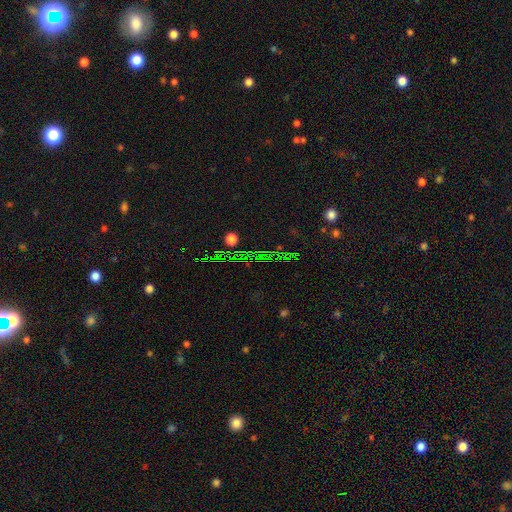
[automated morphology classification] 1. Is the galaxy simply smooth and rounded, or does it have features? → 67% star or artifact, 18% smooth, 15% featured or disk.